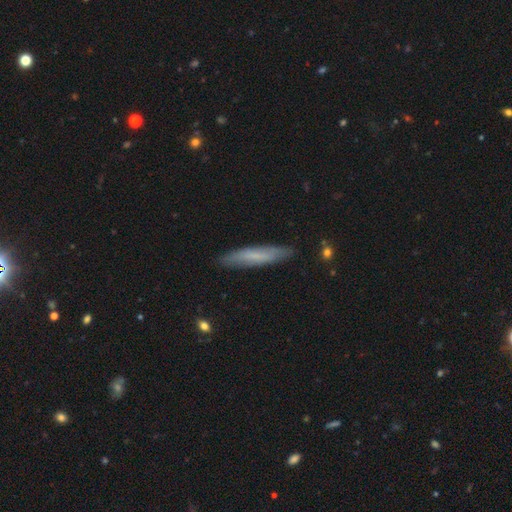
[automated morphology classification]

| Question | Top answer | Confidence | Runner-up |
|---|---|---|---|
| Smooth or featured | smooth | 58% | featured or disk (35%) |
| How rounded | cigar-shaped | 89% | in between (10%) |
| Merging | none | 85% | minor disturbance (12%) |